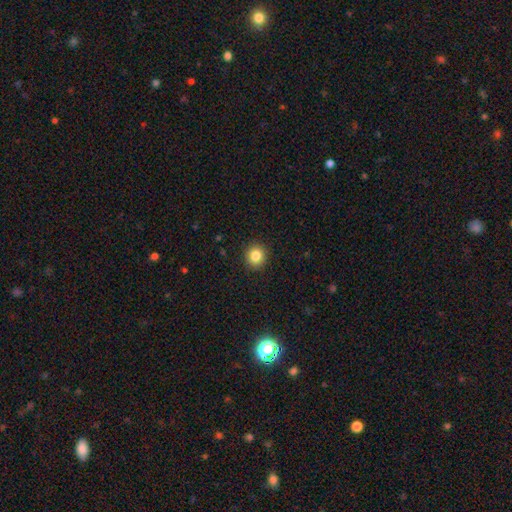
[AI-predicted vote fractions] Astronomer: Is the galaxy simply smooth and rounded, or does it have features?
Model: smooth — 84%.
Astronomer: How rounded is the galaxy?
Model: round — 89%.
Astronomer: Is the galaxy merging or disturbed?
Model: none — 92%.